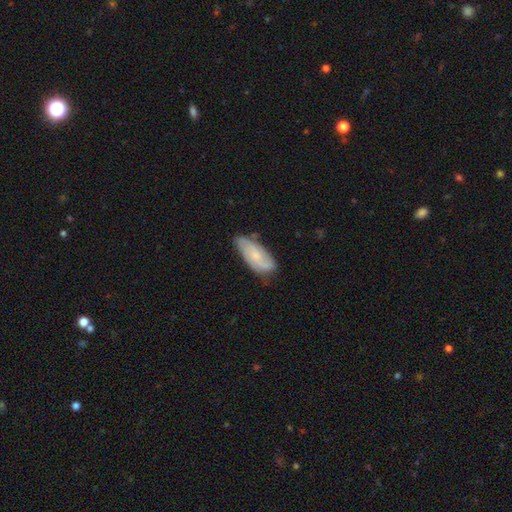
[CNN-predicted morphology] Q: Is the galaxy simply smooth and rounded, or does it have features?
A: featured or disk — 51%.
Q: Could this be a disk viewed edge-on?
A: no — 90%.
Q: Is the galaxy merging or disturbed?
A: none — 65%.